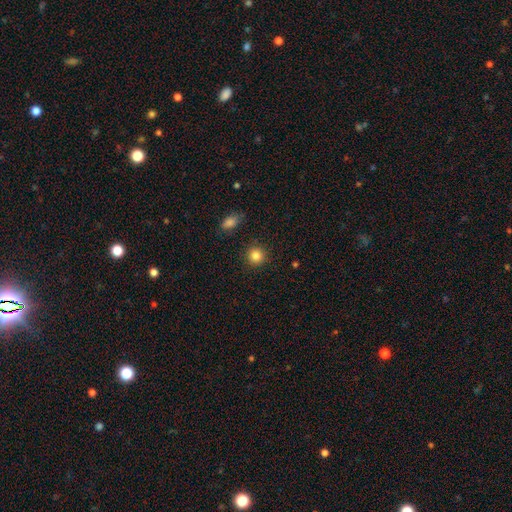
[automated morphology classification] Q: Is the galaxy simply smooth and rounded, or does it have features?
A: smooth — 85%.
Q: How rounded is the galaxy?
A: round — 92%.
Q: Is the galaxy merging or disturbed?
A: none — 90%.